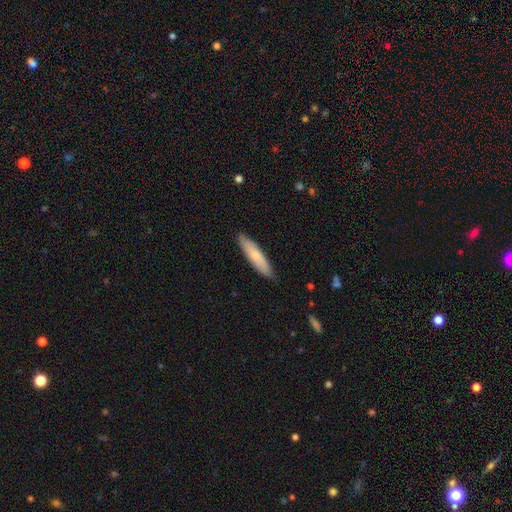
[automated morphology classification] A smooth galaxy with no disk features (71%) that is cigar-shaped (78%).

Vote fractions:
- Smooth or featured? smooth: 71% / featured or disk: 24% / star or artifact: 5%
- How rounded? cigar-shaped: 78% / in between: 21% / round: 1%
- Merging? none: 88% / minor disturbance: 10% / major disturbance: 2% / merger: 1%